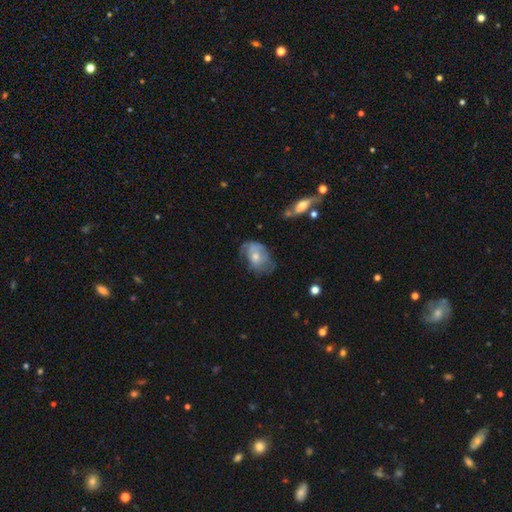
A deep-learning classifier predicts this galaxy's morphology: Smooth or featured: featured or disk — 48% (smooth — 45%)
Merging: none — 41% (minor disturbance — 32%)